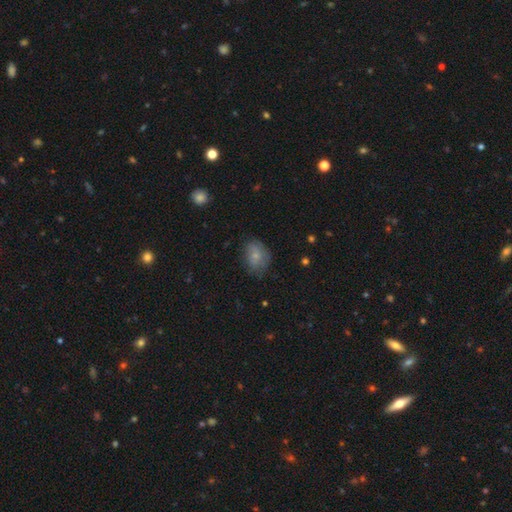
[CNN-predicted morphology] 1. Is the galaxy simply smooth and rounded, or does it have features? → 73% smooth, 17% featured or disk, 9% star or artifact.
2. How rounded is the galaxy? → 68% in between, 31% round, 1% cigar-shaped.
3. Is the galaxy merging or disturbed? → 61% none, 27% minor disturbance, 11% major disturbance, 2% merger.